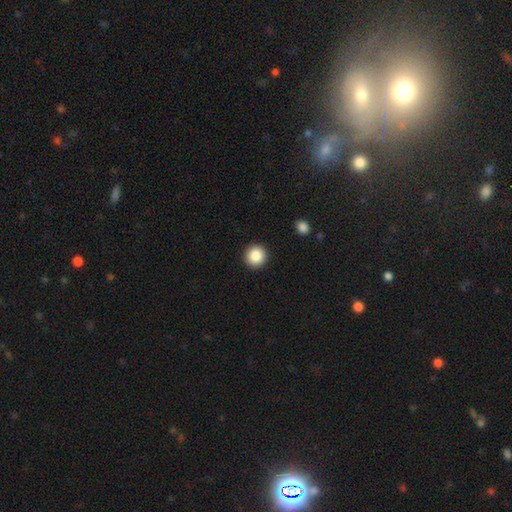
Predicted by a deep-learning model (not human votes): Smooth or featured? smooth (87%)
How rounded? round (94%)
Merging? none (92%)